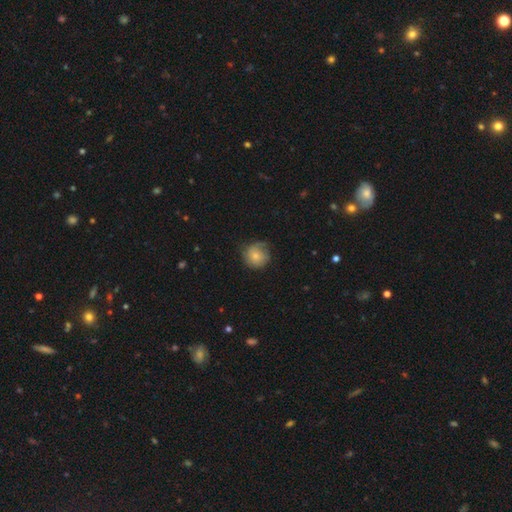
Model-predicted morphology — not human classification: smooth-or-featured: smooth: 70% | featured or disk: 22% | star or artifact: 8%
  how-rounded: round: 87% | in between: 12% | cigar-shaped: 1%
  merging: none: 60% | minor disturbance: 28% | major disturbance: 11% | merger: 1%